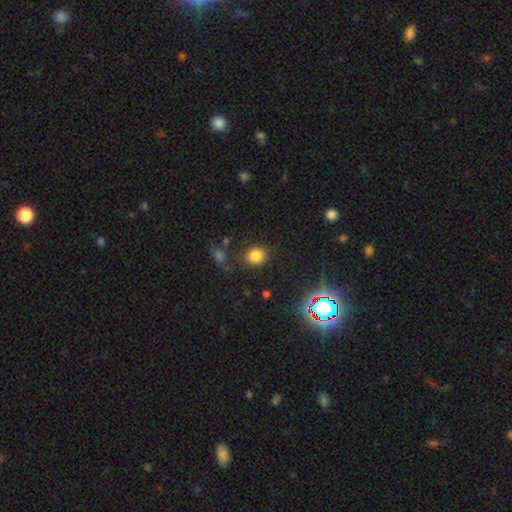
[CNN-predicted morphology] Overall: smooth (80%). How rounded: round (76%). Merging: none (80%).